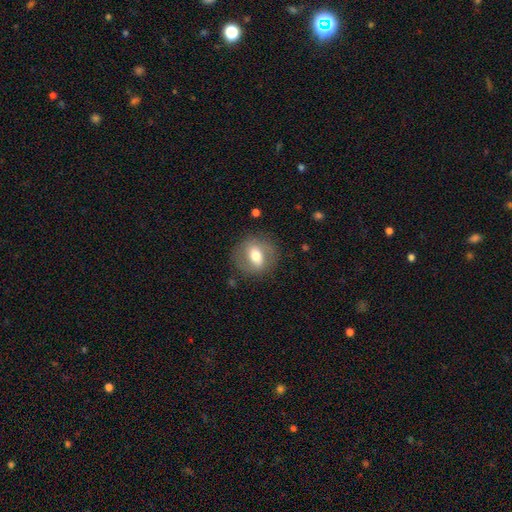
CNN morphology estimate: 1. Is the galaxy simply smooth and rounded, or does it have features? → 51% smooth, 41% featured or disk, 8% star or artifact.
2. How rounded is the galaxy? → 65% round, 33% in between, 2% cigar-shaped.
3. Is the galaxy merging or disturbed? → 80% none, 13% minor disturbance, 6% major disturbance, 1% merger.